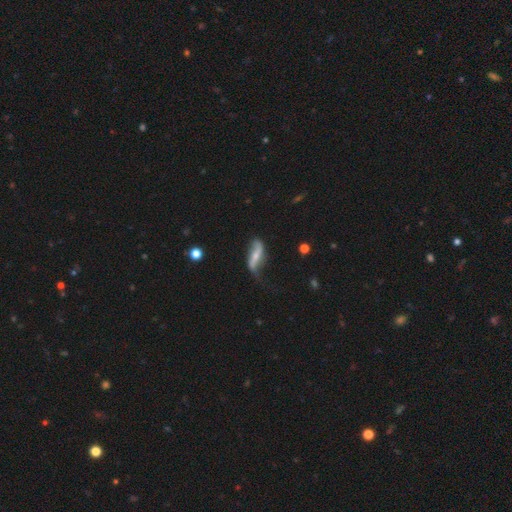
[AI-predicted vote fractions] smooth-or-featured: featured or disk: 69% | smooth: 25% | star or artifact: 6%
  disk-edge-on: no: 80% | yes: 20%
    bar: strong: 43% | no: 30% | weak: 27%
    has-spiral-arms: yes: 84% | no: 16%
    bulge-size: small: 54% | moderate: 34% | none: 7% | large: 3% | dominant: 1%
  merging: none: 47% | minor disturbance: 31% | major disturbance: 19% | merger: 3%